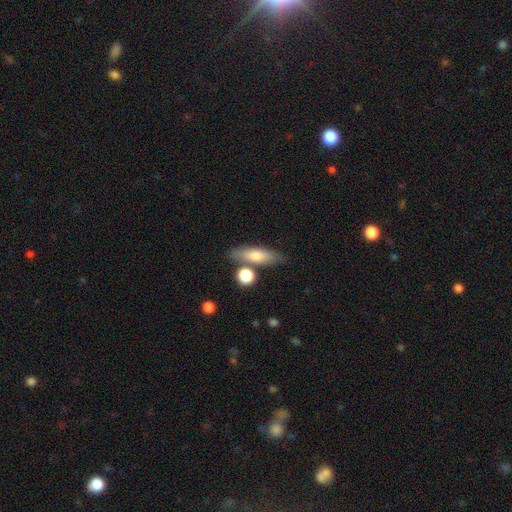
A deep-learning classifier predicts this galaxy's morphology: type=smooth (68%); roundness=cigar-shaped (58%); merging=none (74%).